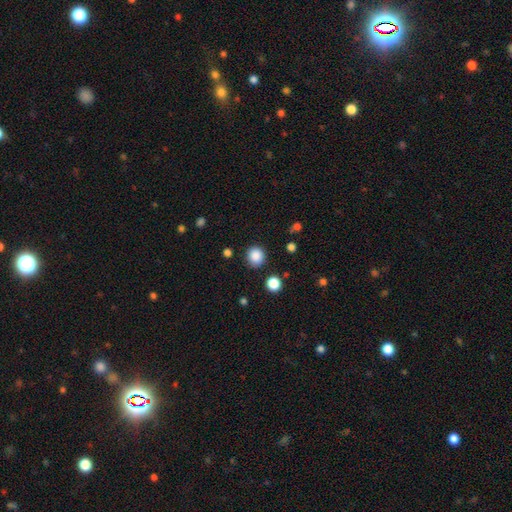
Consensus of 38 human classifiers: Smooth or featured: smooth — 92% (star or artifact — 5%)
How rounded: round — 94% (in between — 6%)
Merging: none — 81% (minor disturbance — 14%)